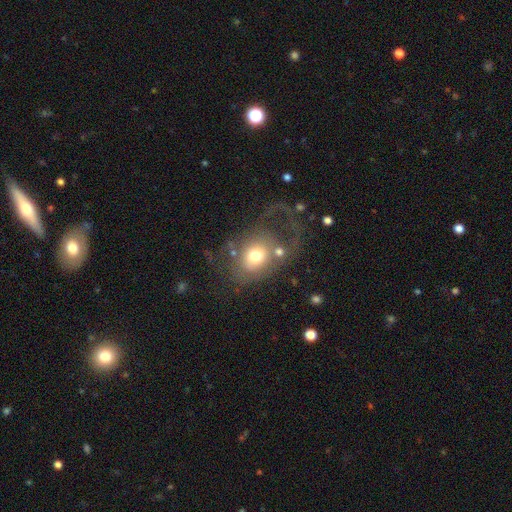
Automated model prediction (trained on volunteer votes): Smooth or featured? Predicted: smooth (p=0.52). How rounded? Predicted: in between (p=0.53). Merging? Predicted: major disturbance (p=0.44).